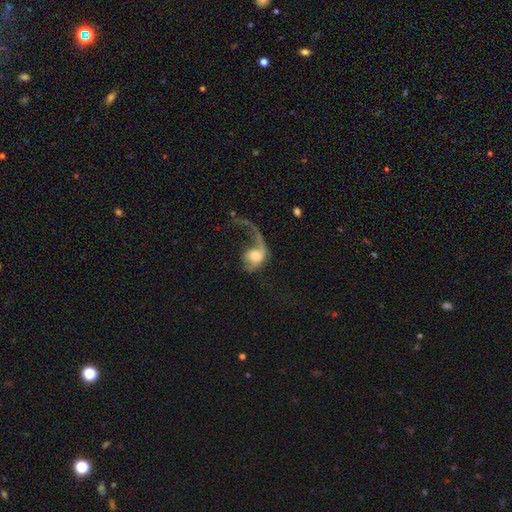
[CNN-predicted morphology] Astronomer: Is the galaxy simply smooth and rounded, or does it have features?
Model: featured or disk — 57% (runner-up: smooth, 35%).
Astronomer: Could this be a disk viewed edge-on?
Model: no — 95%.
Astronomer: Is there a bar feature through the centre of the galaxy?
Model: no — 70%.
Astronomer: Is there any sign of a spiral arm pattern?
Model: yes — 72%.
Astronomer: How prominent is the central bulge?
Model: moderate — 56%.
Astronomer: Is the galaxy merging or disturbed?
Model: major disturbance — 66%.